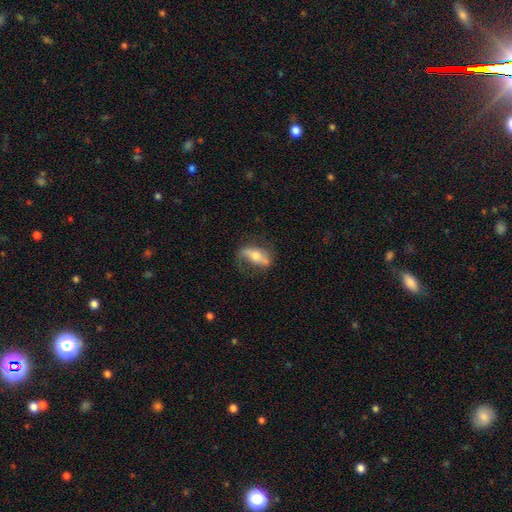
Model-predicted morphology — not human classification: A featured or disk galaxy (50%).

Vote fractions:
- Smooth or featured? featured or disk: 50% / smooth: 43% / star or artifact: 7%
- Merging? none: 61% / minor disturbance: 24% / major disturbance: 12% / merger: 3%